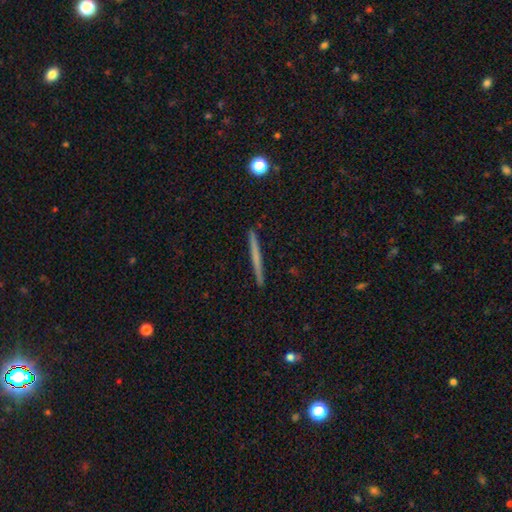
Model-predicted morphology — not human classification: The model was most divided on "smooth or featured": smooth: 49%, featured or disk: 45%, star or artifact: 6%. More confident: merging — none (92%).